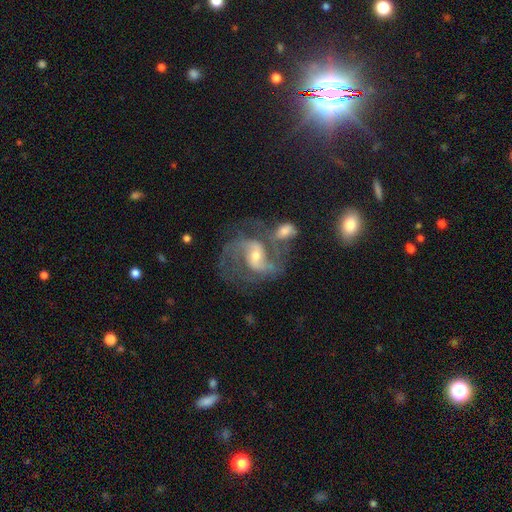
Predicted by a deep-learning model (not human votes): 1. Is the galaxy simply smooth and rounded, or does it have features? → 88% featured or disk, 6% smooth, 6% star or artifact.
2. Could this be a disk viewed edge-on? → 98% no, 2% yes.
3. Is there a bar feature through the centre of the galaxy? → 49% weak, 29% no, 22% strong.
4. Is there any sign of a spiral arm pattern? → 96% yes, 4% no.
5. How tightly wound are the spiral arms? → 55% medium, 26% loose, 19% tight.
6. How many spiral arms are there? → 77% 2, 8% can't tell, 8% 3, 3% 1, 2% 4, 2% more than 4.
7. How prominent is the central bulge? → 48% small, 46% moderate, 3% large, 2% none, 1% dominant.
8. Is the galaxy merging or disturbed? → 37% none, 34% merger, 15% major disturbance, 14% minor disturbance.